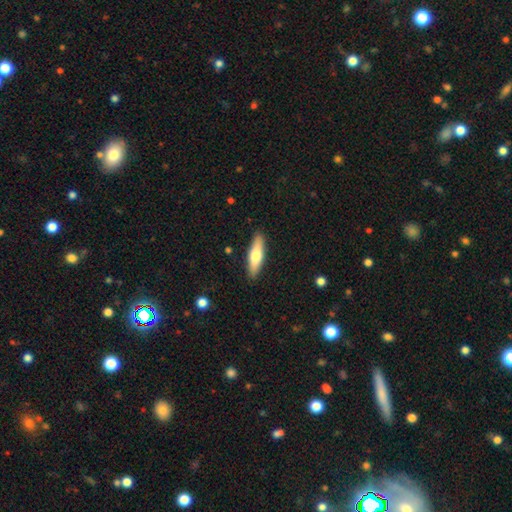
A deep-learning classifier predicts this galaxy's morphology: type=smooth (64%); roundness=cigar-shaped (64%); merging=none (89%).